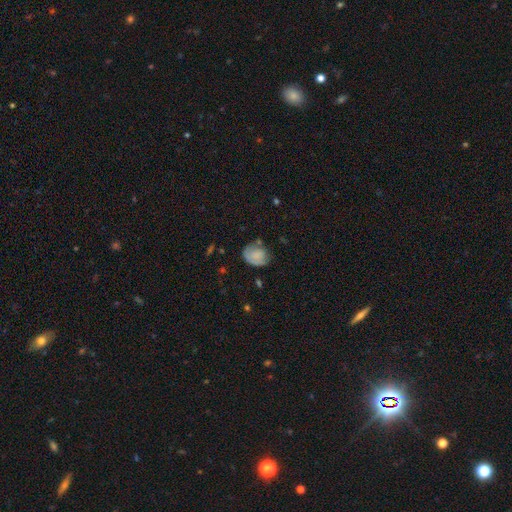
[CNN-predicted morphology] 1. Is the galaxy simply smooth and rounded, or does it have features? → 63% smooth, 29% featured or disk, 8% star or artifact.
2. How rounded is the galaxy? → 53% round, 46% in between, 1% cigar-shaped.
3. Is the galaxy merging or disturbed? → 57% none, 27% minor disturbance, 12% major disturbance, 4% merger.